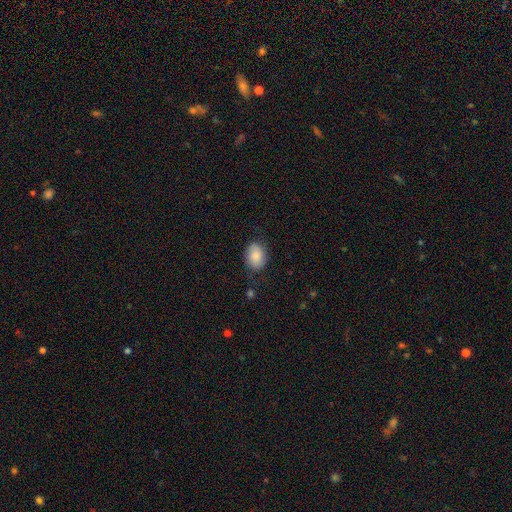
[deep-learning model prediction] A smooth galaxy with no disk features (82%) that is in between round and cigar-shaped (68%).

Vote fractions:
- Smooth or featured? smooth: 82% / featured or disk: 11% / star or artifact: 7%
- How rounded? in between: 68% / round: 31% / cigar-shaped: 1%
- Merging? none: 72% / minor disturbance: 21% / major disturbance: 6% / merger: 2%